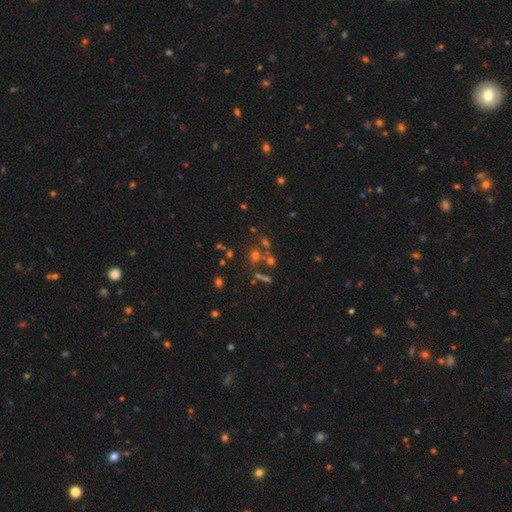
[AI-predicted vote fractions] The model was most divided on "smooth or featured" (2-way tie): star or artifact: 42%, smooth: 42%, featured or disk: 16%.